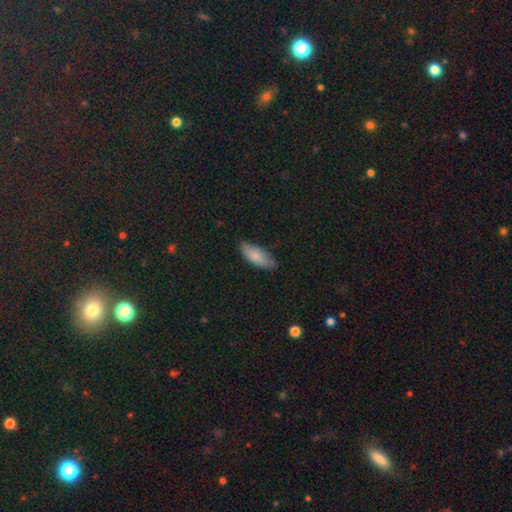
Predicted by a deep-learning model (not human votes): Smooth or featured: smooth — 82% (featured or disk — 13%)
How rounded: in between — 80% (cigar-shaped — 18%)
Merging: none — 75% (minor disturbance — 21%)